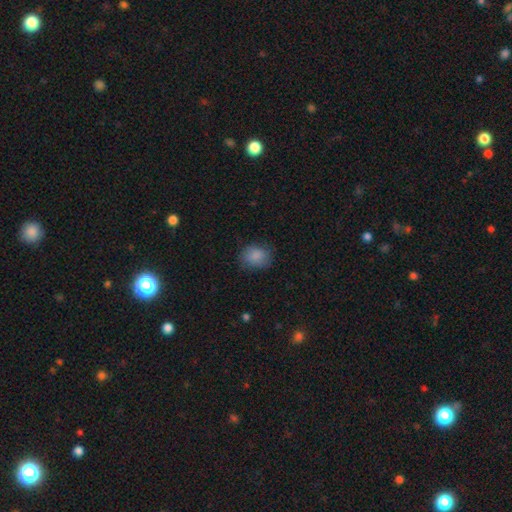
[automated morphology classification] The model was most divided on "how rounded": in between: 50%, round: 49%, cigar-shaped: 1%. More confident: smooth or featured — smooth (85%); merging — none (74%).